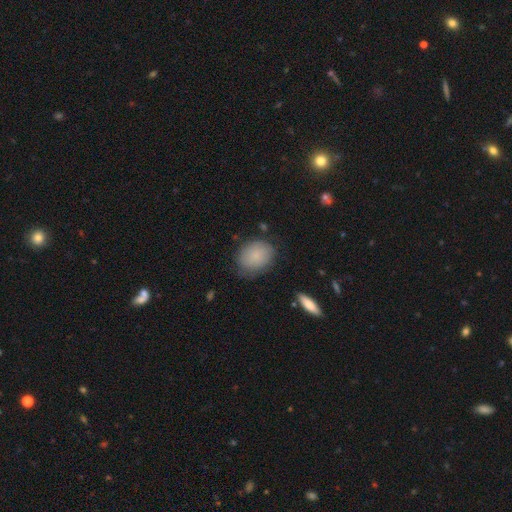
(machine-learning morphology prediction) A smooth galaxy with no disk features (82%) that is in between round and cigar-shaped (60%).

Vote fractions:
- Smooth or featured? smooth: 82% / featured or disk: 11% / star or artifact: 7%
- How rounded? in between: 60% / round: 39% / cigar-shaped: 1%
- Merging? none: 71% / minor disturbance: 22% / major disturbance: 6% / merger: 2%